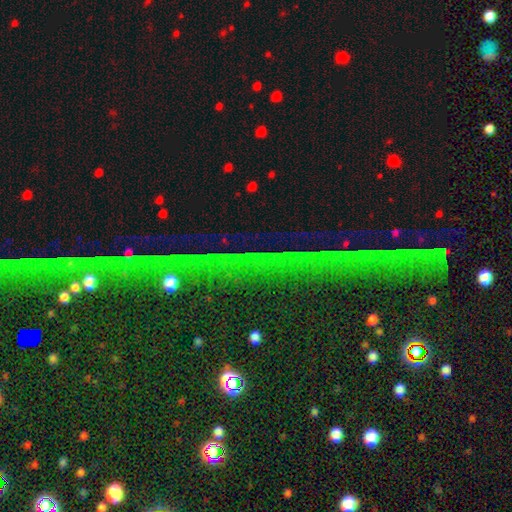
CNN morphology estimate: Smooth or featured? star or artifact (84%)